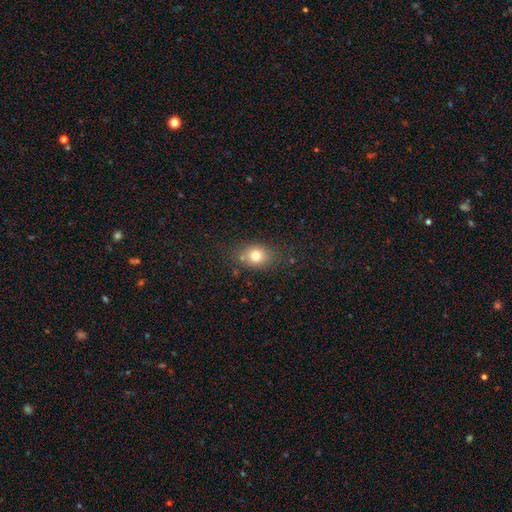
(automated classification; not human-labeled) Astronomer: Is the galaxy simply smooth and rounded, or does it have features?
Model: smooth — 77%.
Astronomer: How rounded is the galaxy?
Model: round — 50% (runner-up: in between, 48%).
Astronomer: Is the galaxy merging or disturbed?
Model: none — 76%.